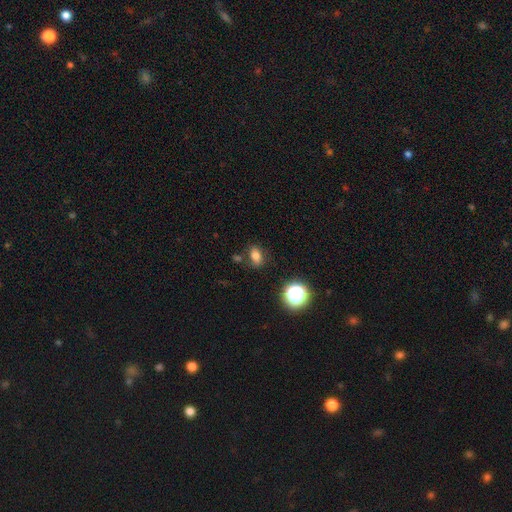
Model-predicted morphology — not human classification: This appears to be a smooth galaxy with no disk features (75%) that is in between round and cigar-shaped (74%). Merging: none (78%).